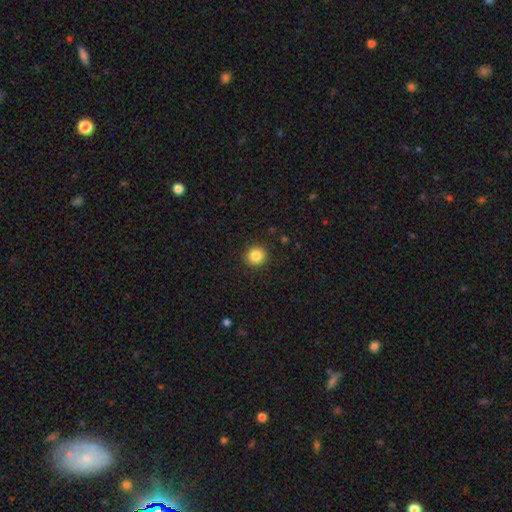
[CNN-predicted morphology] type=smooth (85%); roundness=round (92%); merging=none (91%).